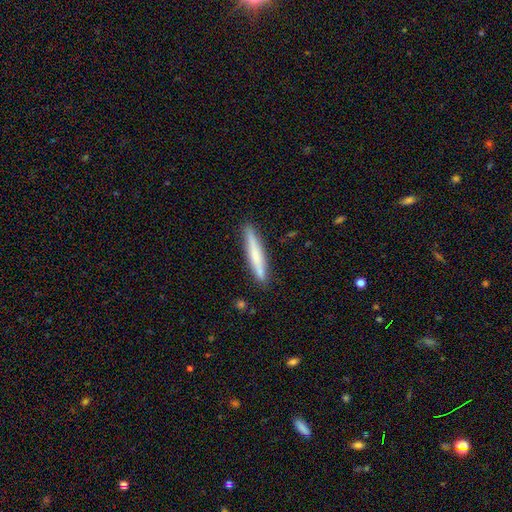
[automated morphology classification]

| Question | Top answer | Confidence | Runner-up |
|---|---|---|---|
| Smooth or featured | smooth | 64% | featured or disk (31%) |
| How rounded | cigar-shaped | 94% | in between (4%) |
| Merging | none | 87% | minor disturbance (9%) |